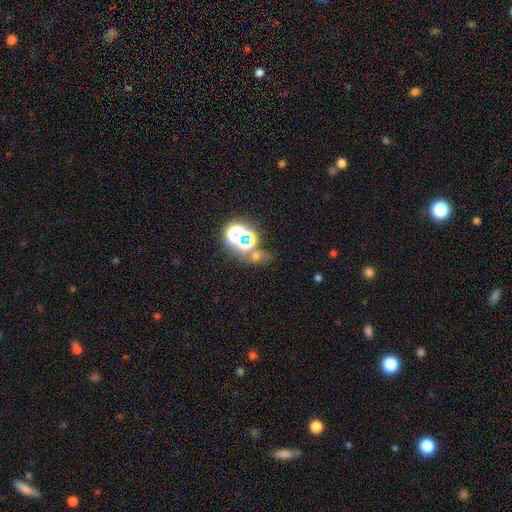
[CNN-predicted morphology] star or artifact 50%, smooth 37%, featured or disk 12%.